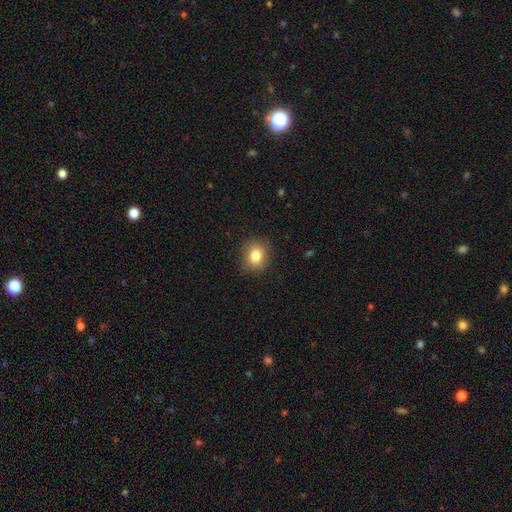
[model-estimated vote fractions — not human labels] A smooth galaxy with no disk features (82%) that is round (68%). Merging: none (86%).